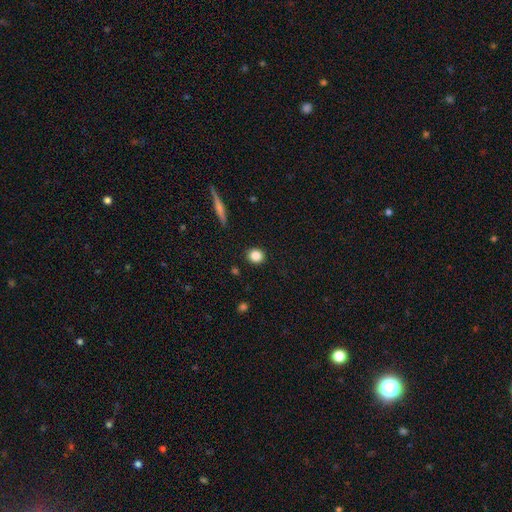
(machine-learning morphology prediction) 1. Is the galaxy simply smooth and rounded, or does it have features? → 85% smooth, 10% star or artifact, 5% featured or disk.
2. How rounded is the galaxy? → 85% round, 13% in between, 2% cigar-shaped.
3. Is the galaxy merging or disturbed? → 91% none, 6% minor disturbance, 2% major disturbance, 1% merger.